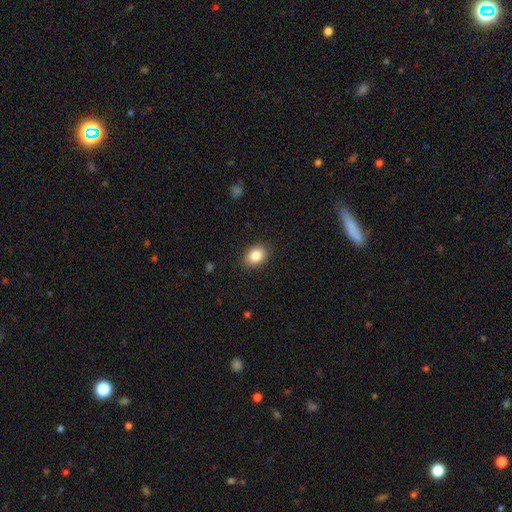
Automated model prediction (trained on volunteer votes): smooth 86%, star or artifact 8%, featured or disk 6%. Down the decision tree: how rounded — in between (70%); merging — none (87%).